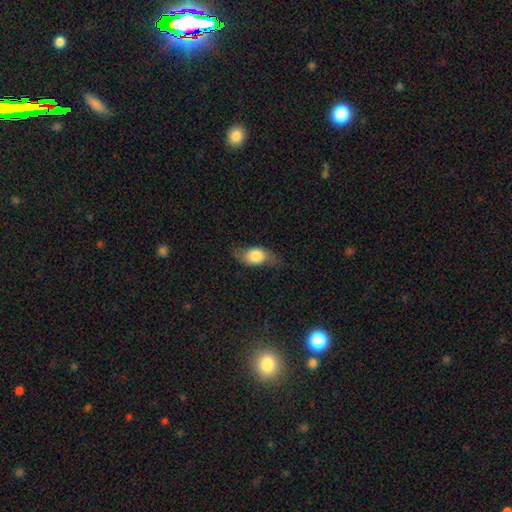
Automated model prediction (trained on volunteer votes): Smooth or featured: smooth — 66% (featured or disk — 27%)
How rounded: in between — 78% (round — 16%)
Merging: none — 66% (minor disturbance — 24%)